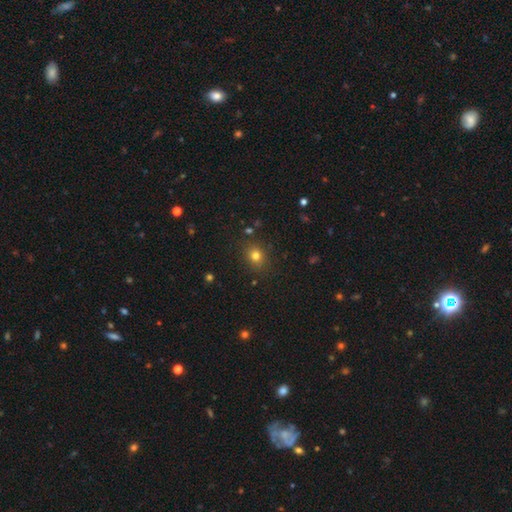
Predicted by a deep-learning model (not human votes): A smooth galaxy with no disk features (76%) that is round (72%). Merging: none (86%).